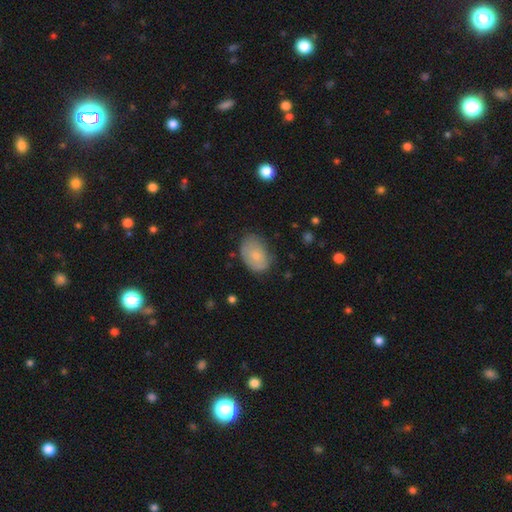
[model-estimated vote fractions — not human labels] smooth_or_featured: smooth (p=0.71) [alt: featured or disk p=0.22]
how_rounded: in between (p=0.85) [alt: round p=0.13]
merging: none (p=0.65) [alt: minor disturbance p=0.27]